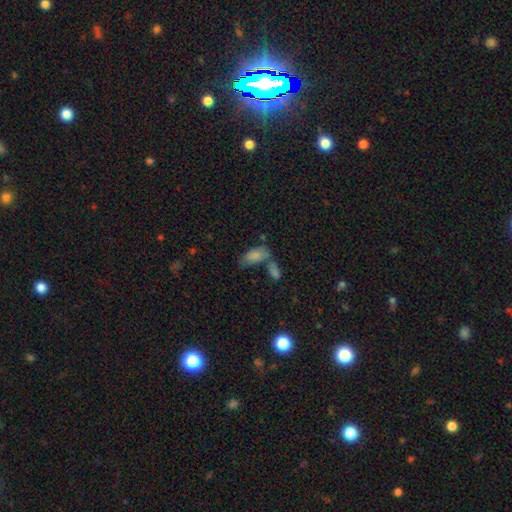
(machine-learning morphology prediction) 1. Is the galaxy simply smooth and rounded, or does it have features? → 81% smooth, 10% featured or disk, 9% star or artifact.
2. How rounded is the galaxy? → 91% in between, 6% cigar-shaped, 3% round.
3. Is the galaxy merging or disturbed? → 37% merger, 35% none, 18% minor disturbance, 10% major disturbance.